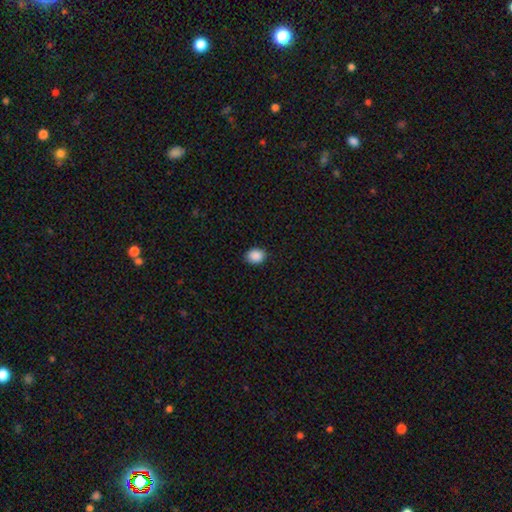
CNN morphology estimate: smooth 89%, star or artifact 8%, featured or disk 2%. Down the decision tree: how rounded — round (50%); merging — none (89%).